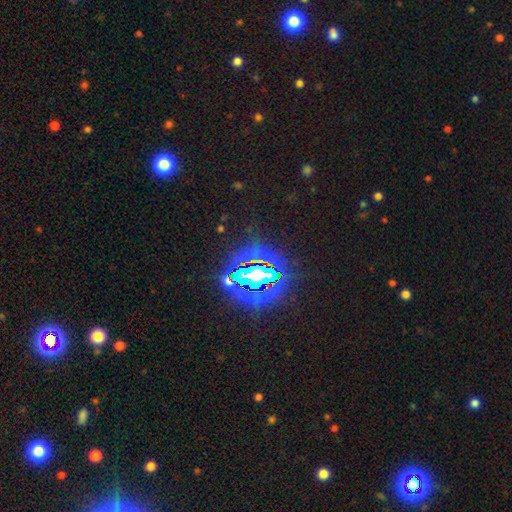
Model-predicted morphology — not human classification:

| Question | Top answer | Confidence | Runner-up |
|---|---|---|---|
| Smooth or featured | star or artifact | 80% | smooth (10%) |